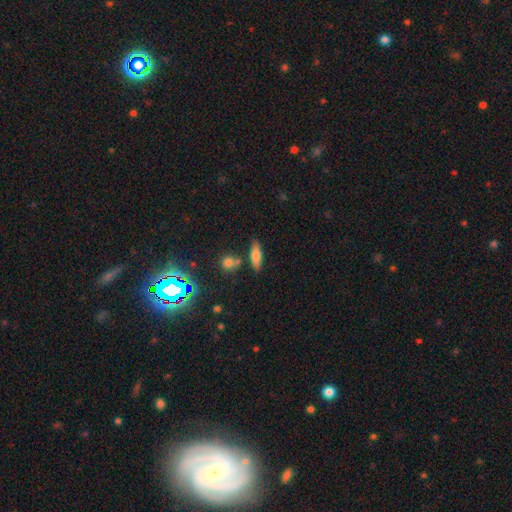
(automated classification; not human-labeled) smooth-or-featured: smooth: 73% | featured or disk: 17% | star or artifact: 10%
  how-rounded: in between: 52% | cigar-shaped: 45% | round: 4%
  merging: none: 70% | minor disturbance: 15% | merger: 11% | major disturbance: 4%